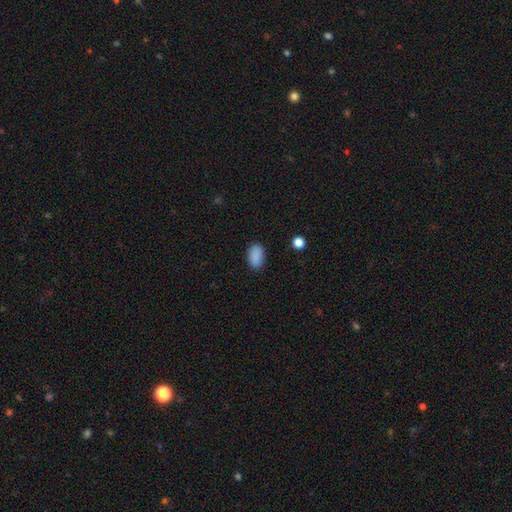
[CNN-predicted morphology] smooth_or_featured: smooth (p=0.88) [alt: star or artifact p=0.09]
how_rounded: in between (p=0.91) [alt: round p=0.07]
merging: none (p=0.85) [alt: minor disturbance p=0.11]